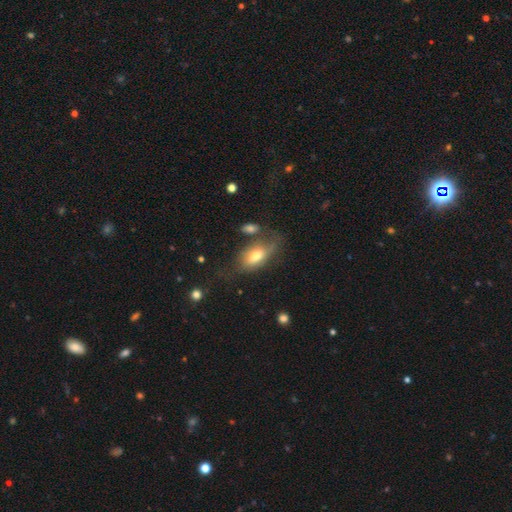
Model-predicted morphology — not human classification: smooth 67%, featured or disk 25%, star or artifact 8%. Down the decision tree: how rounded — in between (88%); merging — none (40%).